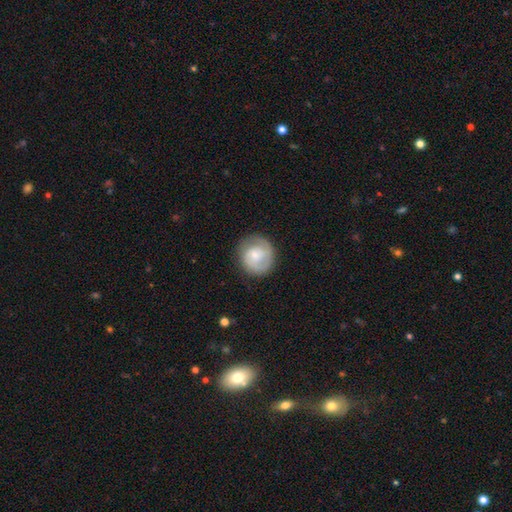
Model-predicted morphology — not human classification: smooth-or-featured: featured or disk: 52% | smooth: 42% | star or artifact: 6%
  disk-edge-on: no: 98% | yes: 2%
    bar: no: 62% | weak: 33% | strong: 5%
    has-spiral-arms: yes: 85% | no: 15%
    bulge-size: small: 51% | moderate: 36% | none: 6% | large: 5% | dominant: 2%
  merging: none: 80% | minor disturbance: 14% | major disturbance: 5% | merger: 1%